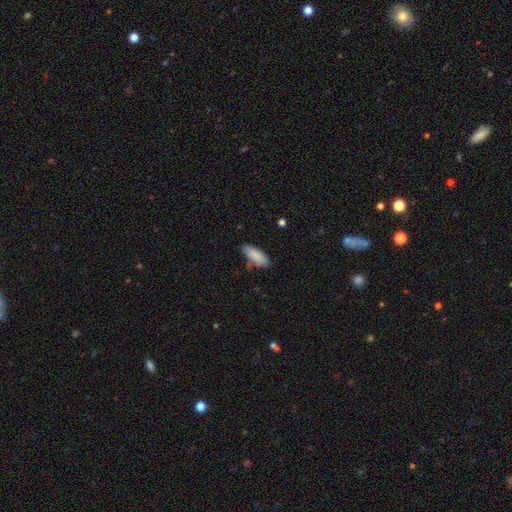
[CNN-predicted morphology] type=smooth (88%); roundness=in between (74%); merging=none (74%).